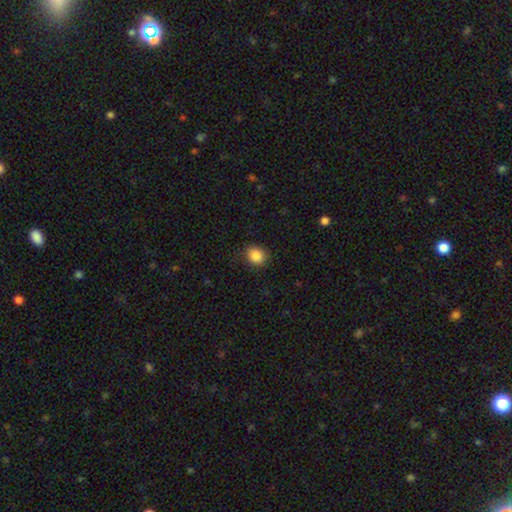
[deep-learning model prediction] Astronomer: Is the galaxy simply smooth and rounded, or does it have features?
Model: smooth — 87%.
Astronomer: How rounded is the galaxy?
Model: round — 69%.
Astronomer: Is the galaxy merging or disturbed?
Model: none — 85%.